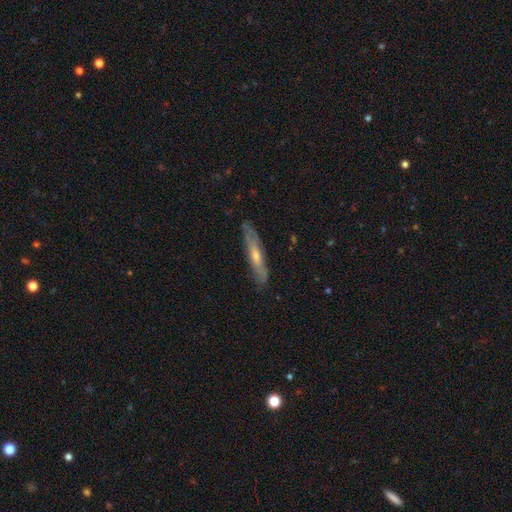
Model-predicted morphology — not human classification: Q: Smooth or featured?
A: featured or disk (54%); runner-up: smooth (39%)
Q: Edge-on disk?
A: yes (72%); runner-up: no (28%)
Q: Merging?
A: none (82%); runner-up: minor disturbance (14%)